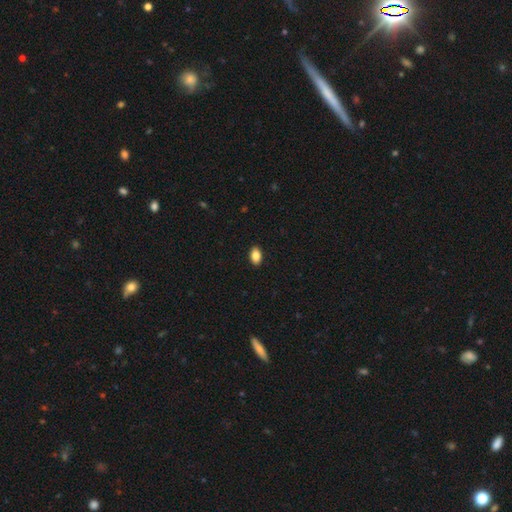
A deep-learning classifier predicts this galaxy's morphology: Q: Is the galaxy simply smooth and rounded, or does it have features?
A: smooth — 85%.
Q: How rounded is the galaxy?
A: in between — 90%.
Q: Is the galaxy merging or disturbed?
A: none — 90%.